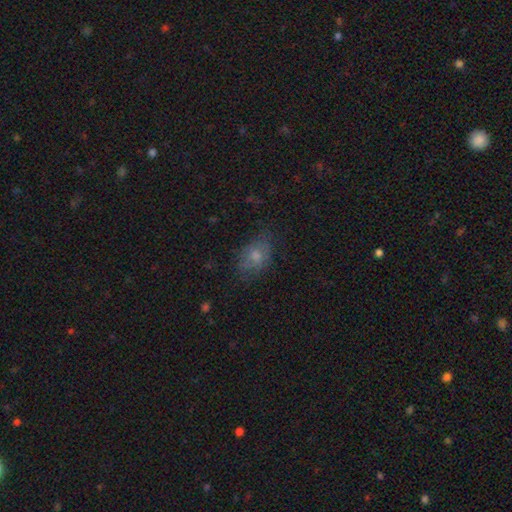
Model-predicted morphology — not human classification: smooth 67%, featured or disk 21%, star or artifact 12%. Down the decision tree: how rounded — in between (79%); merging — none (64%).